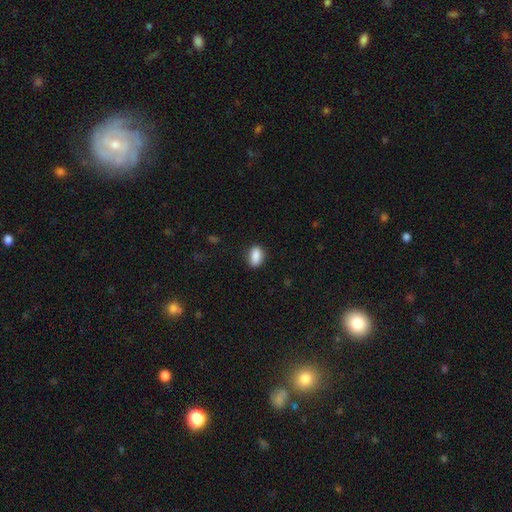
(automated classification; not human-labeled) Smooth or featured?
  - smooth: 88% *
  - star or artifact: 8%
  - featured or disk: 4%
How rounded?
  - in between: 86% *
  - round: 9%
  - cigar-shaped: 5%
Merging?
  - none: 85% *
  - minor disturbance: 11%
  - major disturbance: 3%
  - merger: 1%